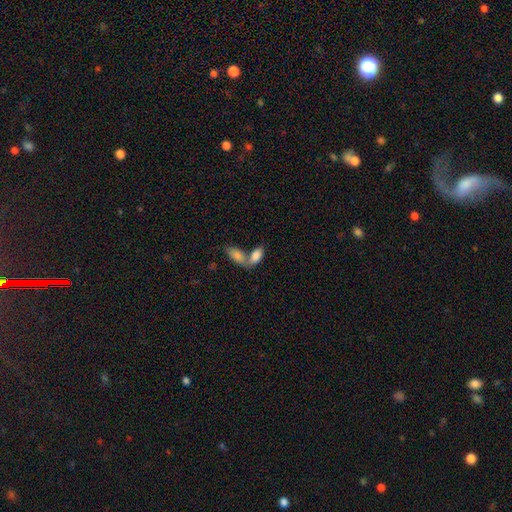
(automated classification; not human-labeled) A smooth galaxy with no disk features (82%) that is in between round and cigar-shaped (90%). Merging: merger (60%).